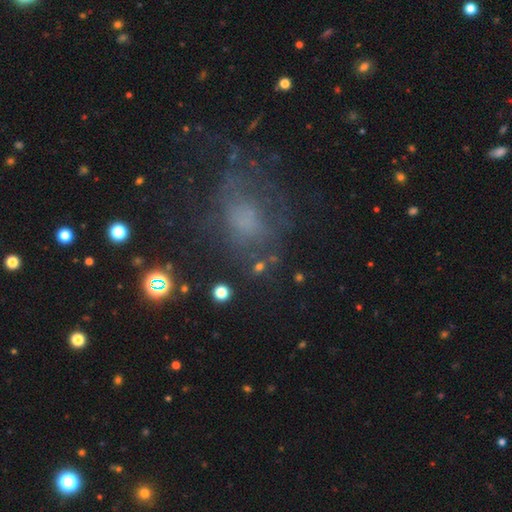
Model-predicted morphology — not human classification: This is marginally a smooth galaxy (41%). Merging: possibly none (53%).